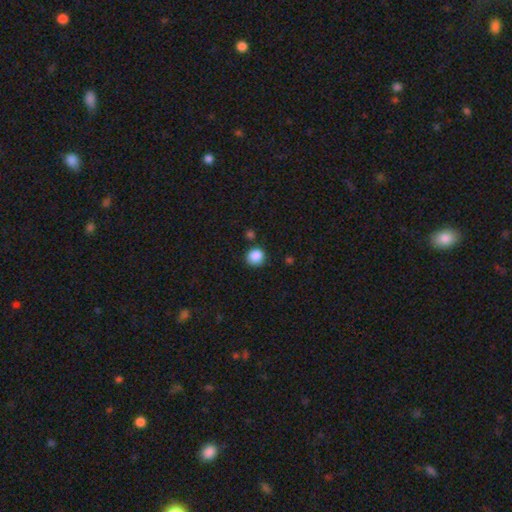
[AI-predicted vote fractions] This appears to be a smooth galaxy with no disk features (87%) that is round (88%). Merging: none (81%).